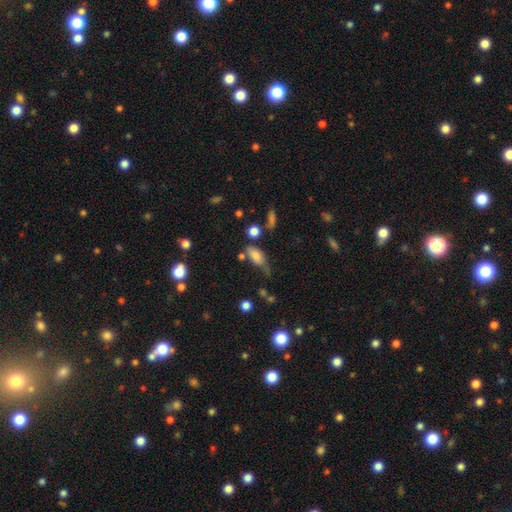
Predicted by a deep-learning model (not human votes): smooth 77%, featured or disk 13%, star or artifact 10%. Down the decision tree: how rounded — in between (85%); merging — none (37%).